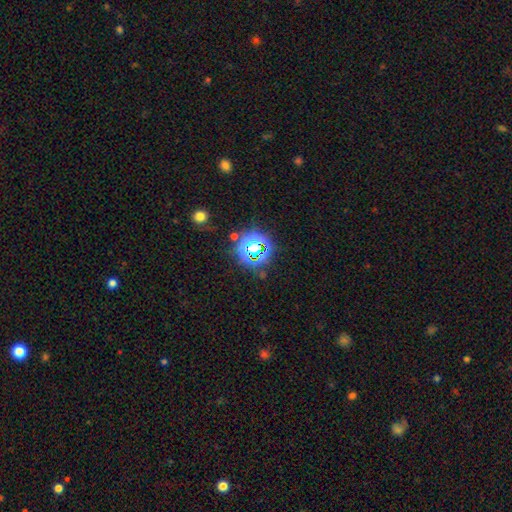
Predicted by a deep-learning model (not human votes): This appears to be a star or artifact, not a galaxy (69%).